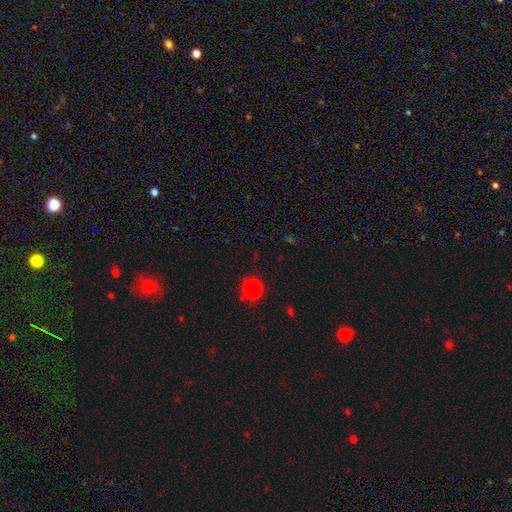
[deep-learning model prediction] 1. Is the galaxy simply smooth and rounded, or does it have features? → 76% smooth, 19% star or artifact, 4% featured or disk.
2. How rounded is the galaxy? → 87% round, 12% in between, 1% cigar-shaped.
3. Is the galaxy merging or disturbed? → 88% none, 7% minor disturbance, 3% major disturbance, 2% merger.